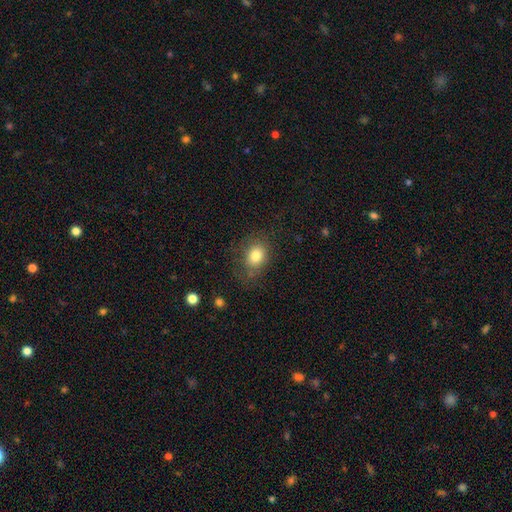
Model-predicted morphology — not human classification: Smooth or featured: smooth — 80% (star or artifact — 10%)
How rounded: in between — 57% (round — 41%)
Merging: none — 70% (minor disturbance — 20%)